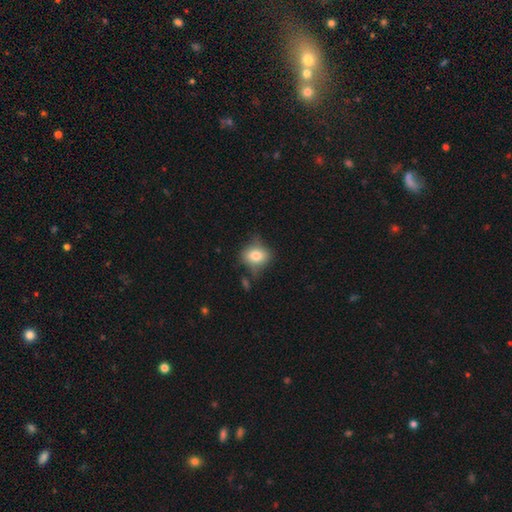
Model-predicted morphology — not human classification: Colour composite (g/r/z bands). It shows a smooth galaxy with no disk features (77%) that is round (54%). Merging: none (63%).